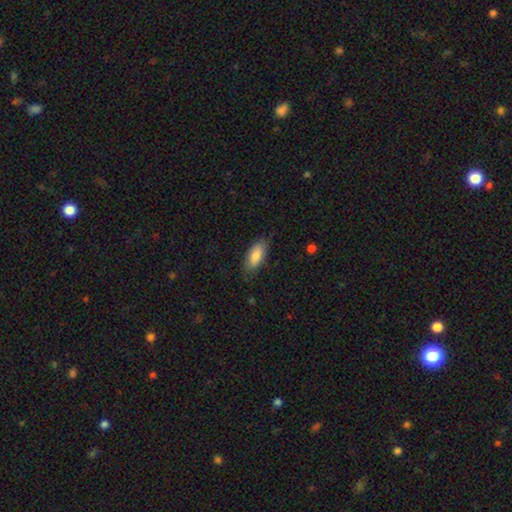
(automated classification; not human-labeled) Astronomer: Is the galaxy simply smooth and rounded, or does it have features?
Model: smooth — 83%.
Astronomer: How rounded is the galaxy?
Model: in between — 82%.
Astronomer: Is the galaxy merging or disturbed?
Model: none — 78%.